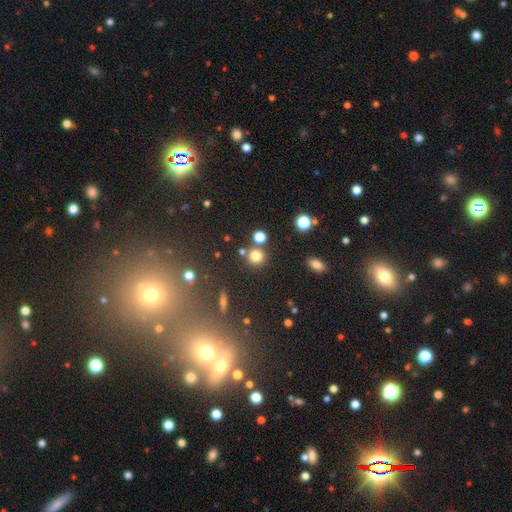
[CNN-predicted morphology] Smooth or featured? smooth (77%)
How rounded? round (90%)
Merging? none (75%)